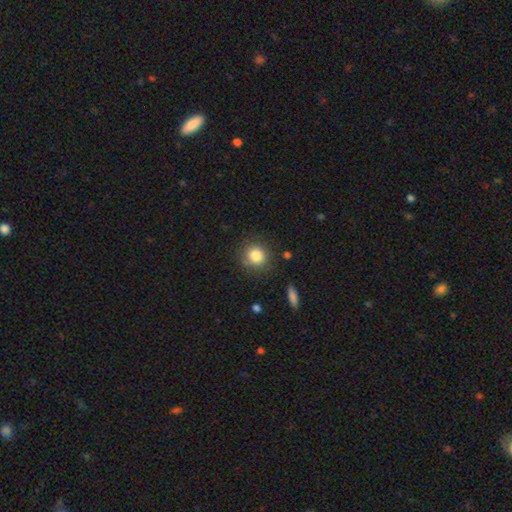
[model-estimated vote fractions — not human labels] A smooth galaxy with no disk features (84%) that is round (88%). Merging: none (82%).